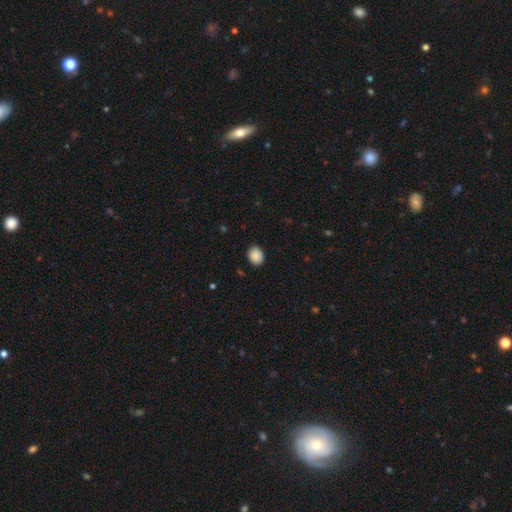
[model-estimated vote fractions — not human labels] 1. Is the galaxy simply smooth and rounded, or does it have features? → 90% smooth, 8% star or artifact, 2% featured or disk.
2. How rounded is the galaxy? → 50% in between, 49% round, 1% cigar-shaped.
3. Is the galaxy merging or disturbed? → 89% none, 8% minor disturbance, 2% major disturbance, 1% merger.